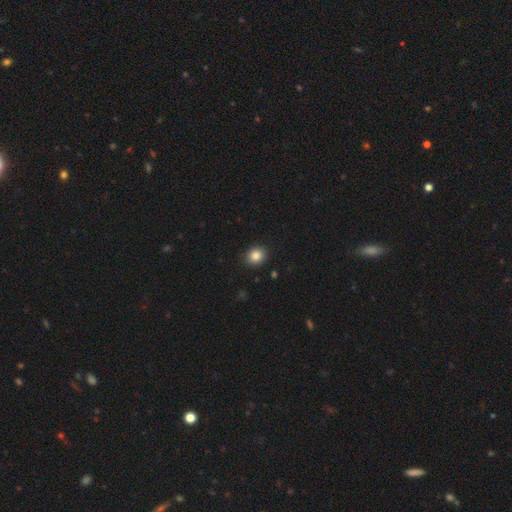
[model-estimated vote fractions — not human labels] Q: Smooth or featured?
A: smooth (85%); runner-up: star or artifact (10%)
Q: How rounded?
A: round (72%); runner-up: in between (27%)
Q: Merging?
A: none (90%); runner-up: minor disturbance (7%)